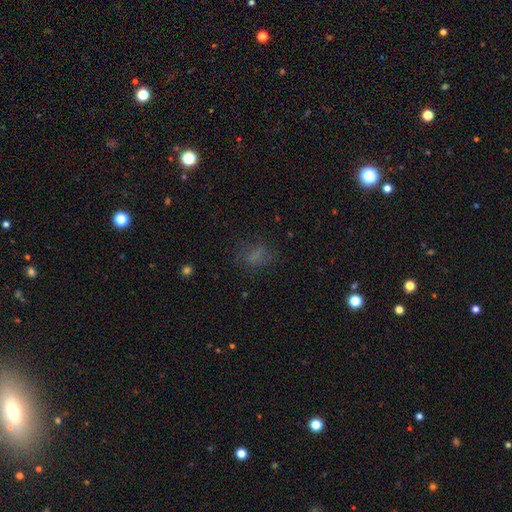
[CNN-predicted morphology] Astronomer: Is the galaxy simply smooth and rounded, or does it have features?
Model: smooth — 64%.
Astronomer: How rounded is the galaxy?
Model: in between — 65%.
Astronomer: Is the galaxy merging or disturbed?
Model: none — 67%.